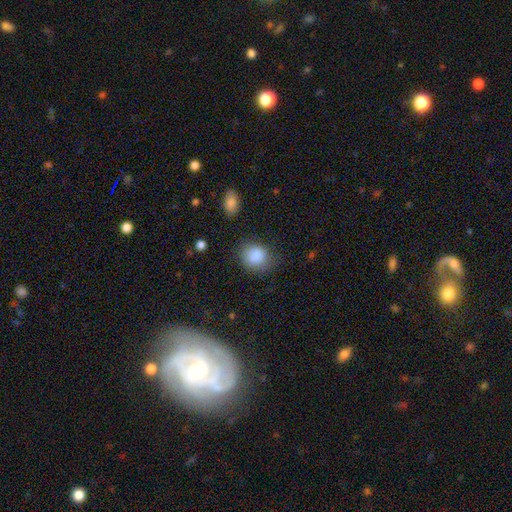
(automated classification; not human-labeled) Q: Smooth or featured?
A: smooth (87%); runner-up: star or artifact (8%)
Q: How rounded?
A: round (71%); runner-up: in between (28%)
Q: Merging?
A: none (73%); runner-up: minor disturbance (19%)